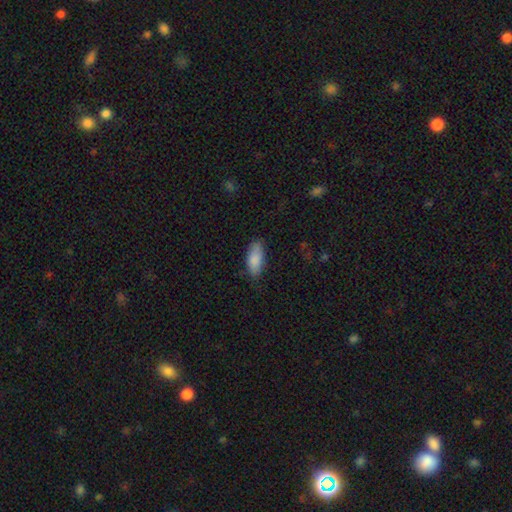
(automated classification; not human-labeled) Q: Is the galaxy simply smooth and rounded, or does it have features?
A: smooth — 86%.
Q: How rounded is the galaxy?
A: in between — 79%.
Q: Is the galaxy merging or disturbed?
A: none — 79%.